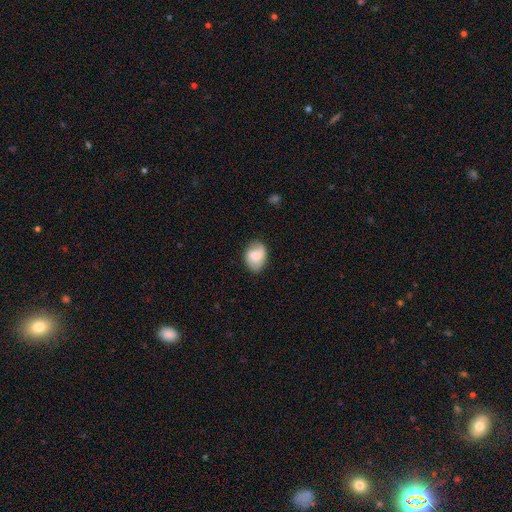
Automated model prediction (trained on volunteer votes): smooth-or-featured: smooth: 71% | featured or disk: 22% | star or artifact: 8%
  how-rounded: in between: 68% | round: 31% | cigar-shaped: 1%
  merging: none: 73% | minor disturbance: 21% | major disturbance: 5% | merger: 1%